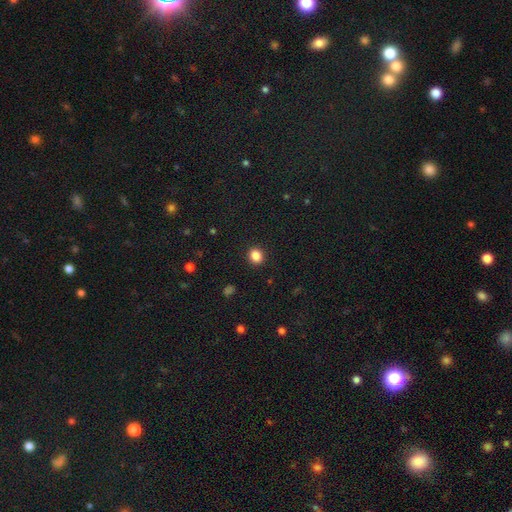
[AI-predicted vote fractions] smooth 86%, star or artifact 11%, featured or disk 4%. Down the decision tree: how rounded — round (73%); merging — none (91%).